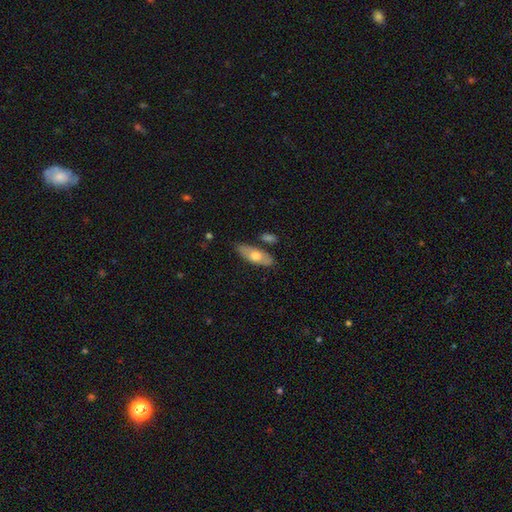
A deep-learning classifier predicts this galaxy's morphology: Q: Smooth or featured?
A: smooth (60%); runner-up: featured or disk (35%)
Q: How rounded?
A: in between (76%); runner-up: cigar-shaped (21%)
Q: Merging?
A: none (77%); runner-up: minor disturbance (15%)